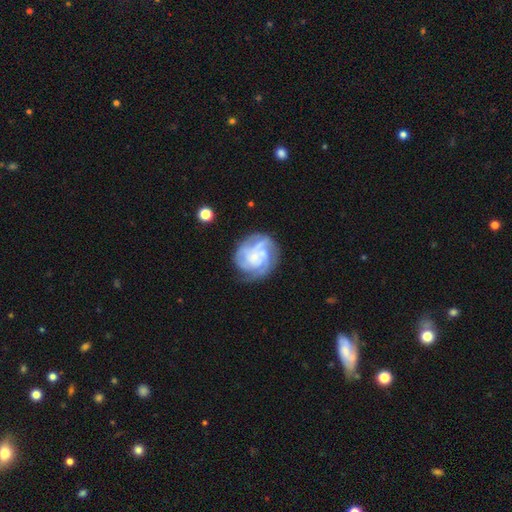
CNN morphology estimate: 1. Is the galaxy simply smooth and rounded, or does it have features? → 79% featured or disk, 15% smooth, 7% star or artifact.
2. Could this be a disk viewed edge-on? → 98% no, 2% yes.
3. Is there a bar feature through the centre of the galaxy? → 74% no, 21% weak, 5% strong.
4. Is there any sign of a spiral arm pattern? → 93% yes, 7% no.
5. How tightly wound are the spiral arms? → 58% tight, 33% medium, 9% loose.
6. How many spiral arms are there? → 36% 3, 24% can't tell, 15% 4, 13% 2, 6% more than 4, 6% 1.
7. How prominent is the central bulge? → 52% small, 23% none, 18% moderate, 5% large, 2% dominant.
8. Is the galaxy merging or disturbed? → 65% none, 20% minor disturbance, 12% major disturbance, 4% merger.